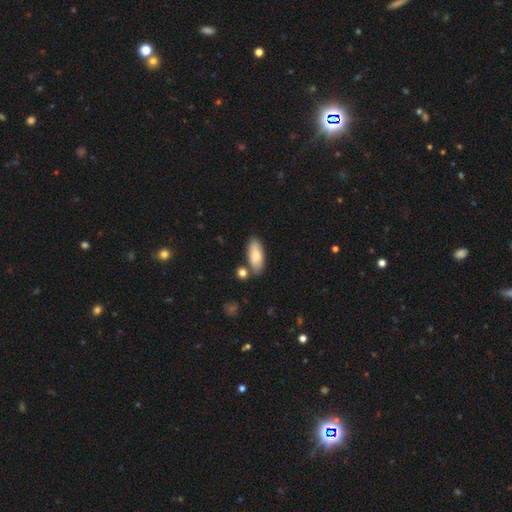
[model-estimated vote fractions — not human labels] The model was most divided on "smooth or featured": smooth: 75%, featured or disk: 18%, star or artifact: 6%. More confident: how rounded — in between (84%); merging — none (74%).